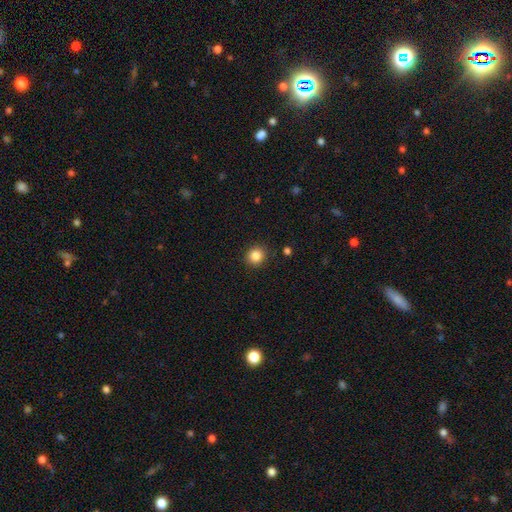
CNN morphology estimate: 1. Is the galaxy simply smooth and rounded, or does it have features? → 85% smooth, 10% star or artifact, 4% featured or disk.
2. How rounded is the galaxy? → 89% round, 10% in between, 1% cigar-shaped.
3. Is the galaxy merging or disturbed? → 90% none, 6% minor disturbance, 2% major disturbance, 1% merger.